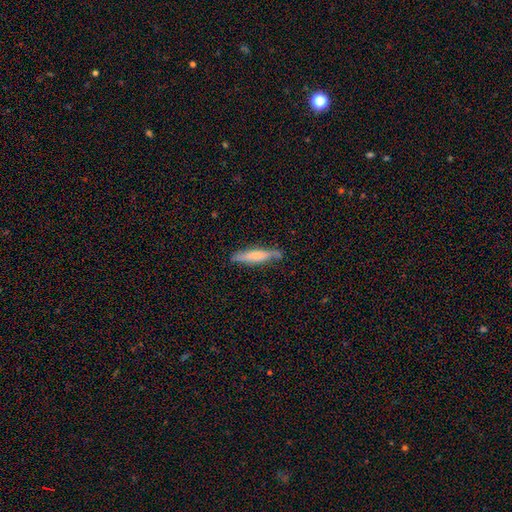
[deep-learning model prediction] Overall: smooth (58%; featured or disk 36%). How rounded: cigar-shaped (88%). Merging: none (79%).